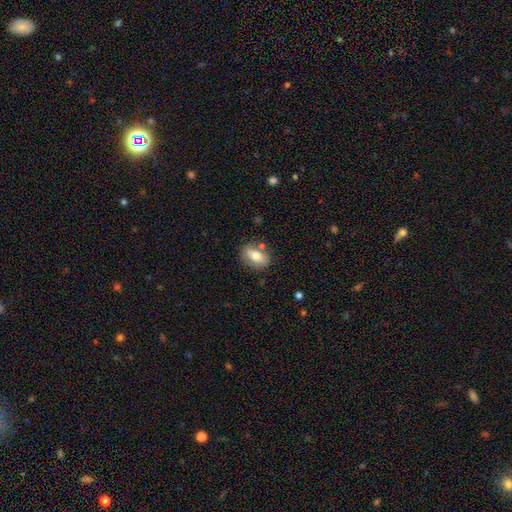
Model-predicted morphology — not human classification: A smooth galaxy with no disk features (67%) that is in between round and cigar-shaped (79%). Merging: none (78%).